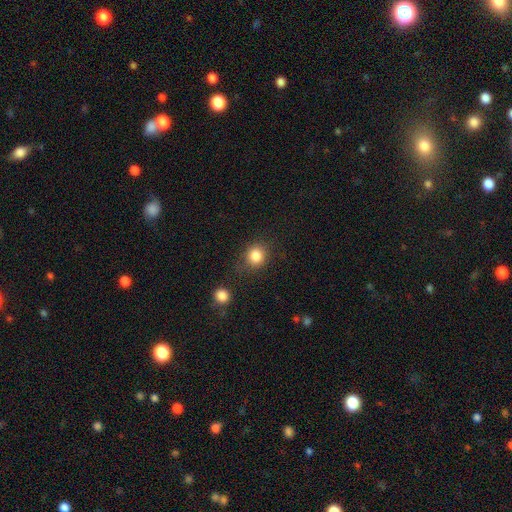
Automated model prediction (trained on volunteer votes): This is clearly a smooth galaxy (84%). How rounded: clearly round (81%). Merging: likely none (78%).